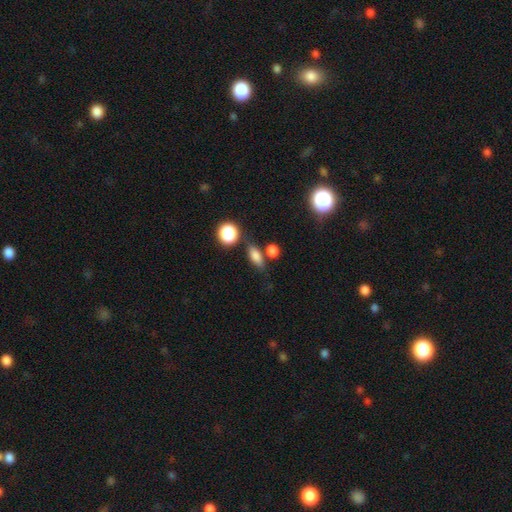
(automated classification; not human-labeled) Smooth or featured? smooth (80%)
How rounded? in between (69%)
Merging? none (69%)